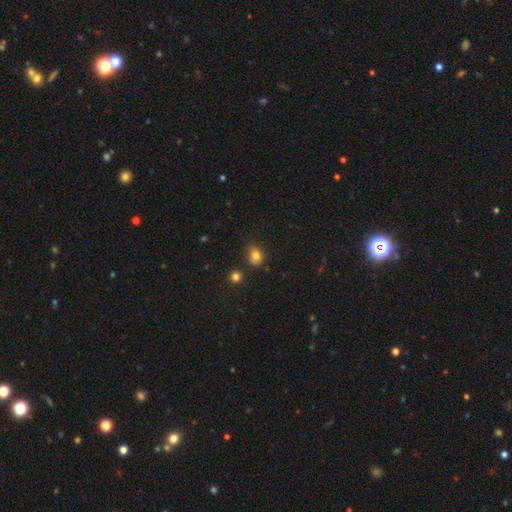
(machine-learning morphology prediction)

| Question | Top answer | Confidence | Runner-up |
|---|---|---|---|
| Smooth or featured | smooth | 80% | star or artifact (12%) |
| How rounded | in between | 51% | round (47%) |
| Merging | none | 64% | minor disturbance (22%) |